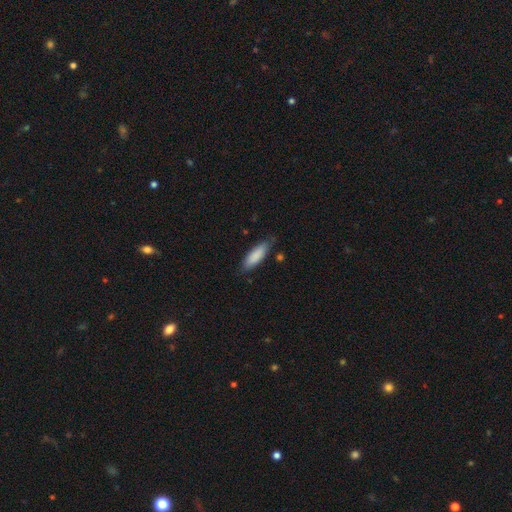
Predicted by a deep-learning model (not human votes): Morphology: type=smooth (86%); roundness=in between (54%); merging=none (78%).